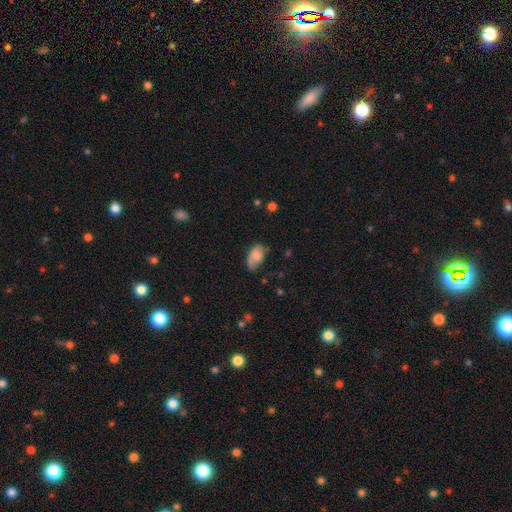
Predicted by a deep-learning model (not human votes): Q: Smooth or featured?
A: smooth (71%); runner-up: featured or disk (20%)
Q: How rounded?
A: in between (91%); runner-up: round (7%)
Q: Merging?
A: none (46%); runner-up: minor disturbance (34%)